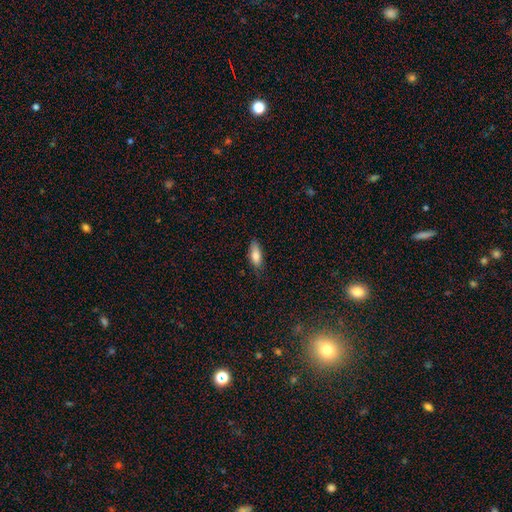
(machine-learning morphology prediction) smooth 81%, featured or disk 12%, star or artifact 7%. Down the decision tree: how rounded — in between (73%); merging — none (74%).